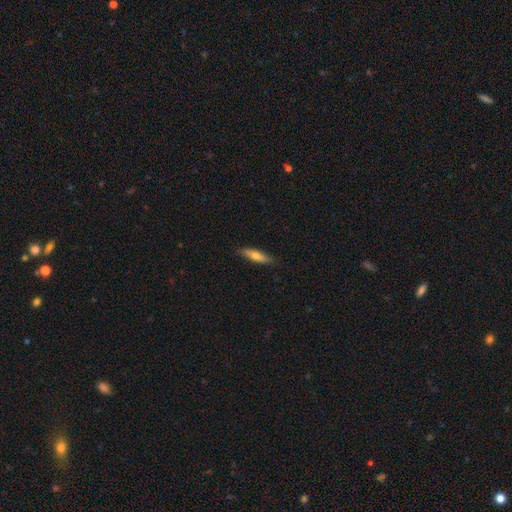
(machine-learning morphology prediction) Smooth or featured?
  - smooth: 70% *
  - featured or disk: 24%
  - star or artifact: 6%
How rounded?
  - cigar-shaped: 67% *
  - in between: 31%
  - round: 2%
Merging?
  - none: 85% *
  - minor disturbance: 12%
  - major disturbance: 2%
  - merger: 1%